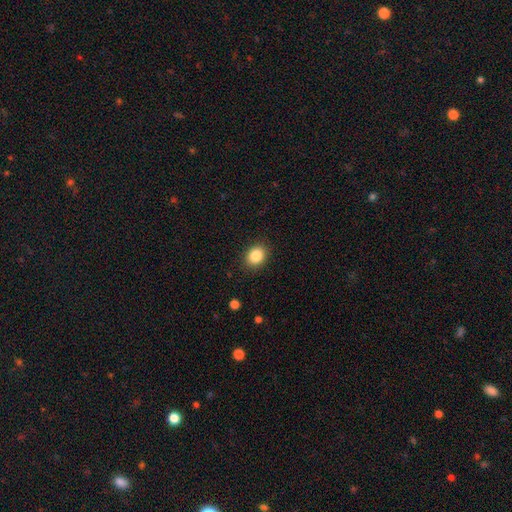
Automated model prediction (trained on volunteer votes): This is clearly a smooth galaxy (85%). How rounded: possibly in between (52%). Merging: clearly none (88%).